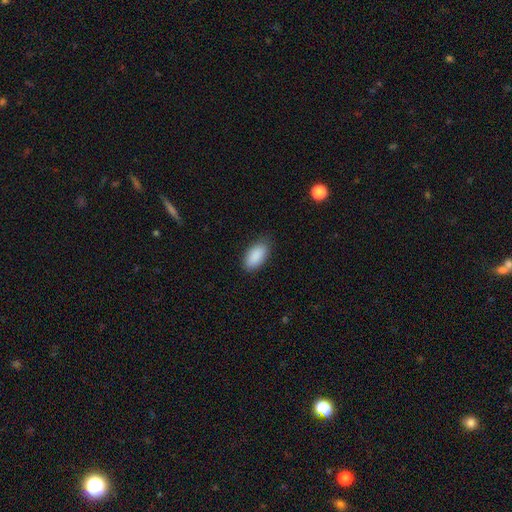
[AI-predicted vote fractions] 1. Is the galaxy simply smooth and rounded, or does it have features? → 90% smooth, 6% star or artifact, 3% featured or disk.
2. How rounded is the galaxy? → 94% in between, 4% cigar-shaped, 3% round.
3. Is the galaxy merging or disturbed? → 82% none, 14% minor disturbance, 3% major disturbance, 1% merger.